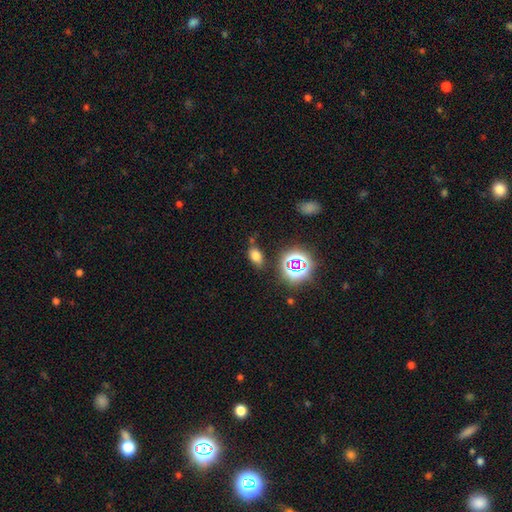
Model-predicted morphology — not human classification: A smooth galaxy with no disk features (68%) that is in between round and cigar-shaped (85%). Merging: none (75%).